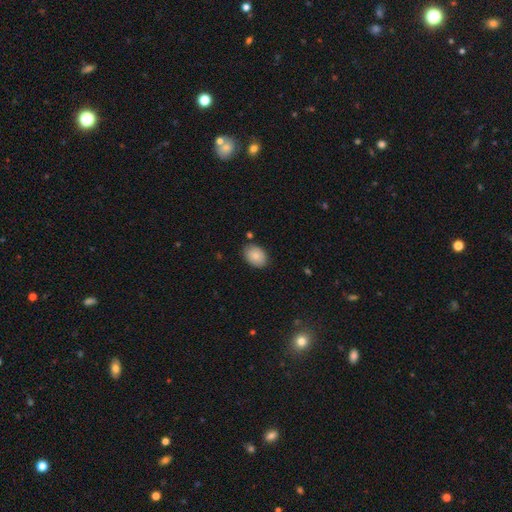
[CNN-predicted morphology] smooth 85%, featured or disk 8%, star or artifact 7%. Down the decision tree: how rounded — in between (79%); merging — none (85%).